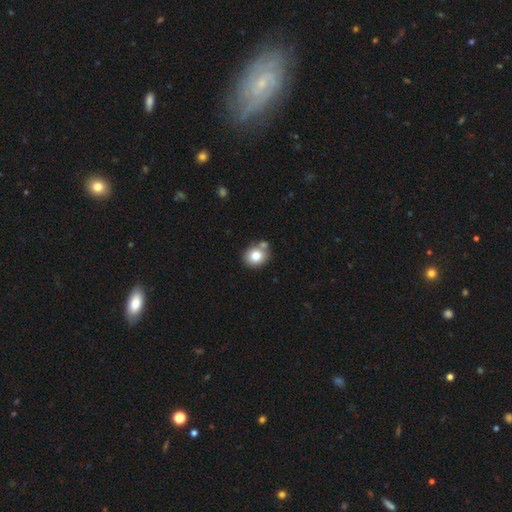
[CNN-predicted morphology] smooth-or-featured: smooth: 78% | featured or disk: 12% | star or artifact: 10%
  how-rounded: round: 71% | in between: 28% | cigar-shaped: 1%
  merging: none: 64% | merger: 20% | minor disturbance: 12% | major disturbance: 3%